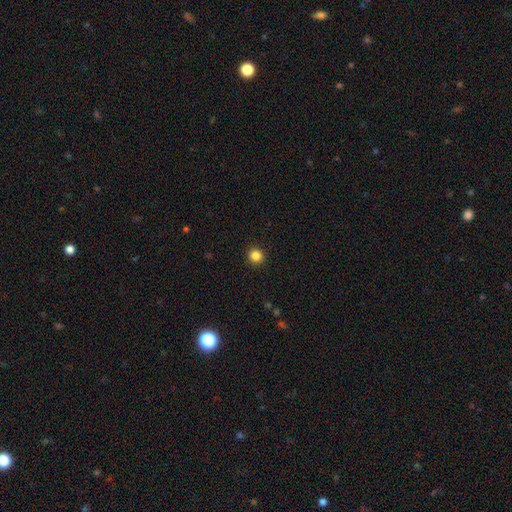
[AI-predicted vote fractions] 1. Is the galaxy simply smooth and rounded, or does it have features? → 84% smooth, 12% star or artifact, 4% featured or disk.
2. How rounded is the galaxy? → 92% round, 7% in between, 1% cigar-shaped.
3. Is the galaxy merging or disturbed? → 93% none, 5% minor disturbance, 2% major disturbance, 1% merger.